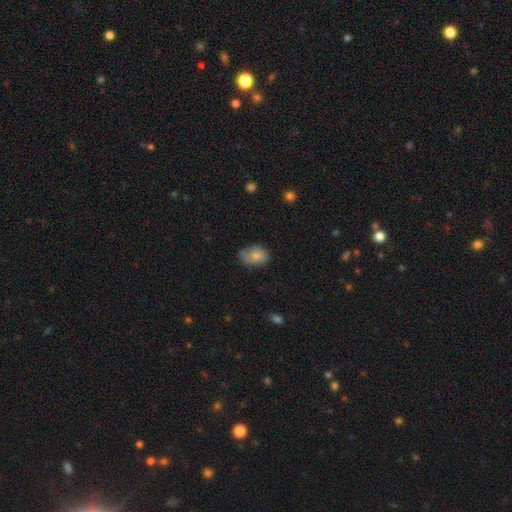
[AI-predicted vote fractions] Smooth or featured? smooth (79%)
How rounded? in between (77%)
Merging? none (59%)